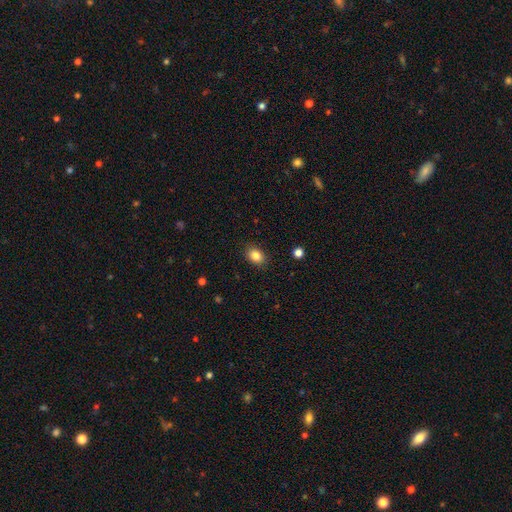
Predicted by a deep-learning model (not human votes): smooth-or-featured: smooth: 85% | star or artifact: 10% | featured or disk: 5%
  how-rounded: in between: 69% | round: 30% | cigar-shaped: 1%
  merging: none: 88% | minor disturbance: 9% | major disturbance: 2% | merger: 1%